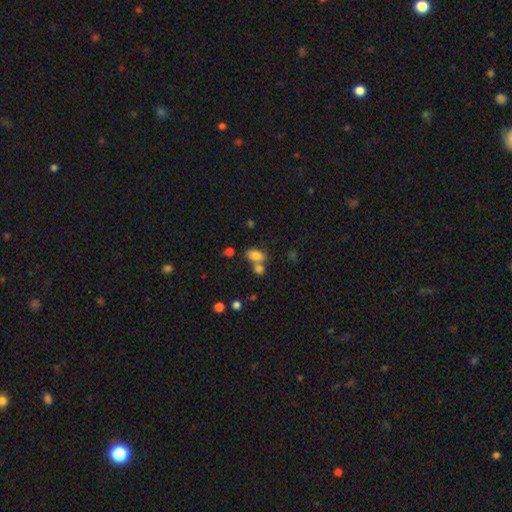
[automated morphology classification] type=smooth (81%); roundness=in between (88%); merging=none (47%).